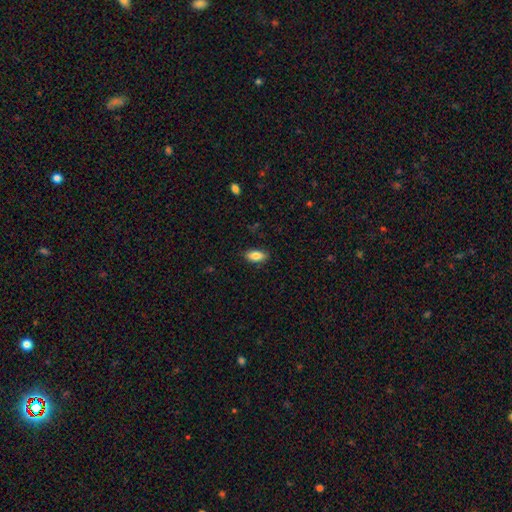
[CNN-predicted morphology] The model was most divided on "smooth or featured": smooth: 85%, featured or disk: 8%, star or artifact: 7%. More confident: how rounded — in between (90%); merging — none (87%).